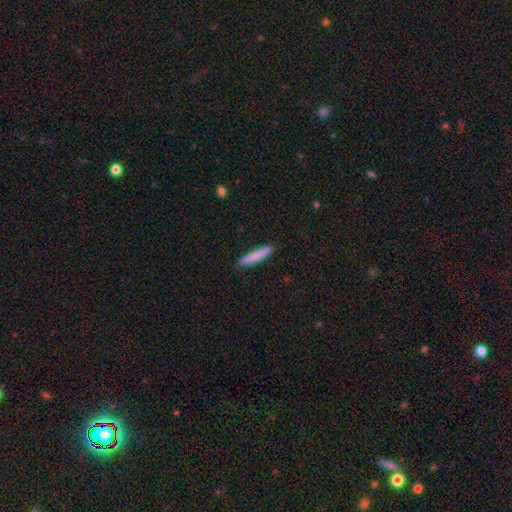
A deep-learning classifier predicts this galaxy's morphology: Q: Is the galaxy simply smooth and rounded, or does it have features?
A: smooth — 83%.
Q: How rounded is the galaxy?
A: cigar-shaped — 93%.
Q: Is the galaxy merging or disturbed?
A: none — 88%.